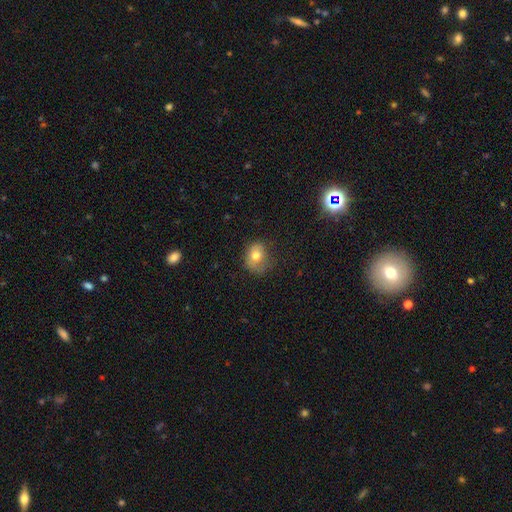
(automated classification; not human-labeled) Morphology: type=smooth (72%); roundness=round (54%); merging=none (50%).